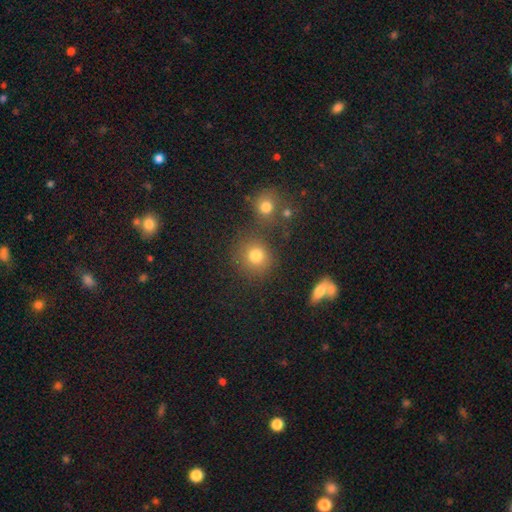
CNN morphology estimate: Smooth or featured?
  - smooth: 77% *
  - star or artifact: 15%
  - featured or disk: 7%
How rounded?
  - round: 87% *
  - in between: 12%
  - cigar-shaped: 1%
Merging?
  - none: 73% *
  - merger: 14%
  - minor disturbance: 9%
  - major disturbance: 4%